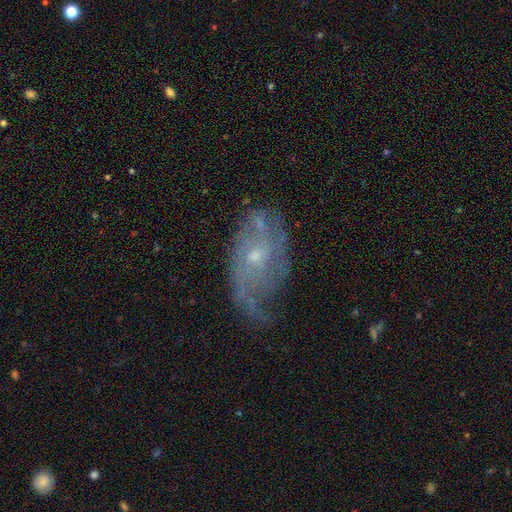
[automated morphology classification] Q: Smooth or featured?
A: featured or disk (75%); runner-up: smooth (14%)
Q: Edge-on disk?
A: no (95%); runner-up: yes (5%)
Q: Bar?
A: no (76%); runner-up: weak (21%)
Q: Spiral arms?
A: yes (87%); runner-up: no (13%)
Q: Spiral winding?
A: medium (38%); runner-up: tight (35%)
Q: Spiral arm count?
A: can't tell (40%); runner-up: 2 (25%)
Q: Bulge size?
A: small (67%); runner-up: moderate (29%)
Q: Merging?
A: none (57%); runner-up: minor disturbance (25%)